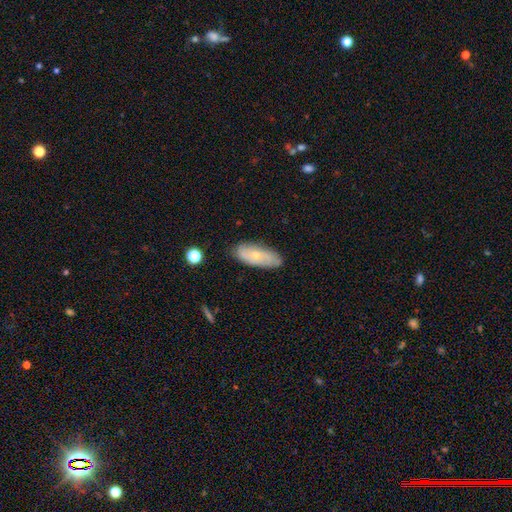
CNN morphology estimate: Overall: smooth (48%; featured or disk 45%). Merging: none (80%).